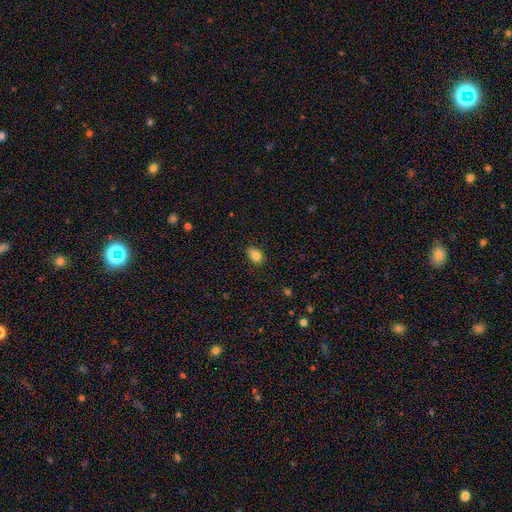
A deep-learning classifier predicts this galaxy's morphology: Q: Smooth or featured?
A: smooth (81%); runner-up: star or artifact (10%)
Q: How rounded?
A: in between (82%); runner-up: round (15%)
Q: Merging?
A: none (75%); runner-up: minor disturbance (20%)